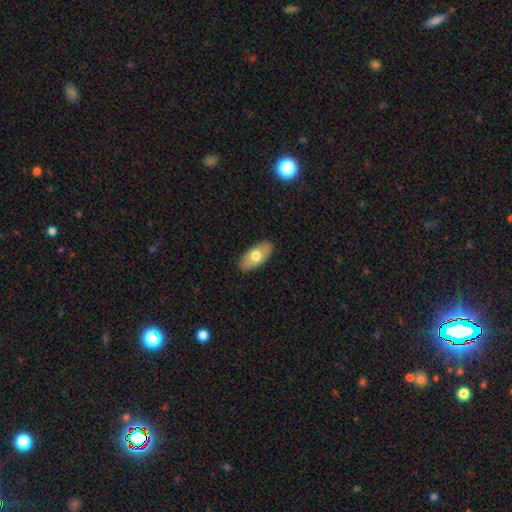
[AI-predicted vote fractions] The model was most divided on "smooth or featured": smooth: 68%, featured or disk: 26%, star or artifact: 6%. More confident: how rounded — in between (92%); merging — none (88%).